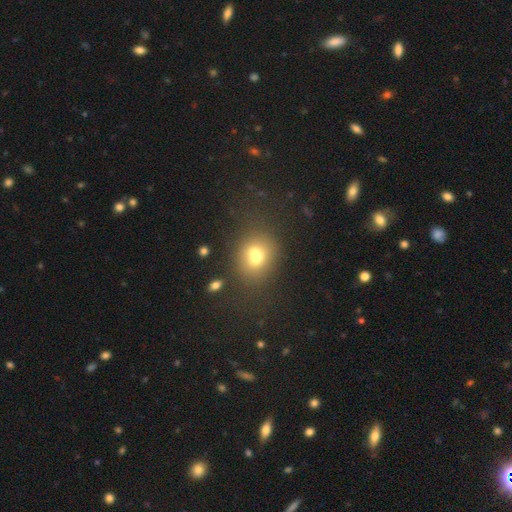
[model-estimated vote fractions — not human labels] This is likely a smooth galaxy (65%). How rounded: likely round (61%). Merging: marginally merger (43%).